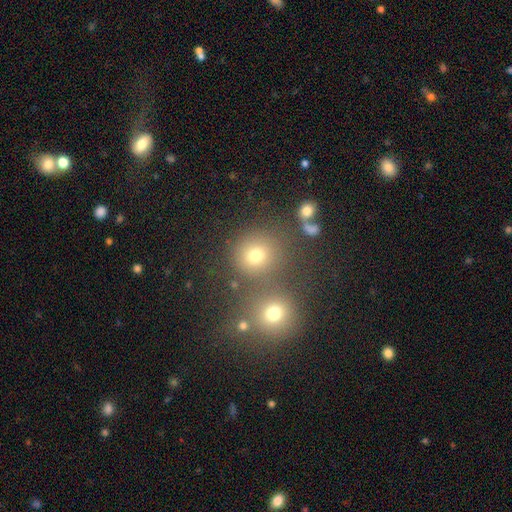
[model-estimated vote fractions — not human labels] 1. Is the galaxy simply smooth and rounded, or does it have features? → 72% smooth, 19% star or artifact, 8% featured or disk.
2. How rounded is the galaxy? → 87% round, 12% in between, 1% cigar-shaped.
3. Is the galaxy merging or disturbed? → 69% none, 18% merger, 8% minor disturbance, 5% major disturbance.